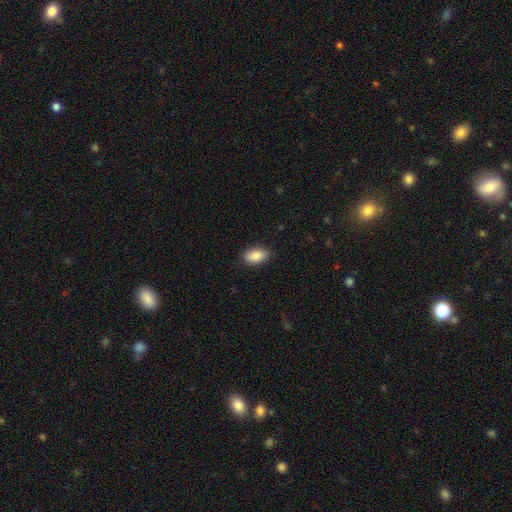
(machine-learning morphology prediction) type=smooth (88%); roundness=in between (91%); merging=none (86%).